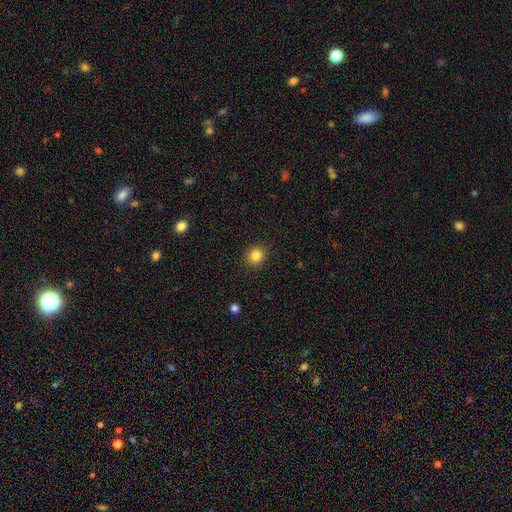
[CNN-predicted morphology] This is clearly a smooth galaxy (84%). How rounded: clearly round (80%). Merging: clearly none (90%).